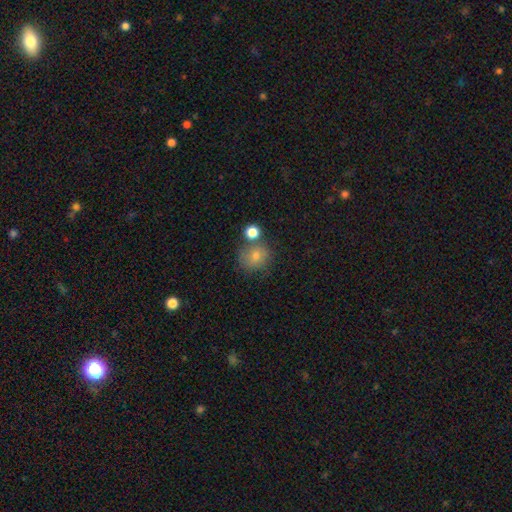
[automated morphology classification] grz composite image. It shows a smooth galaxy with no disk features (75%) that is round (85%). Merging: none (66%).